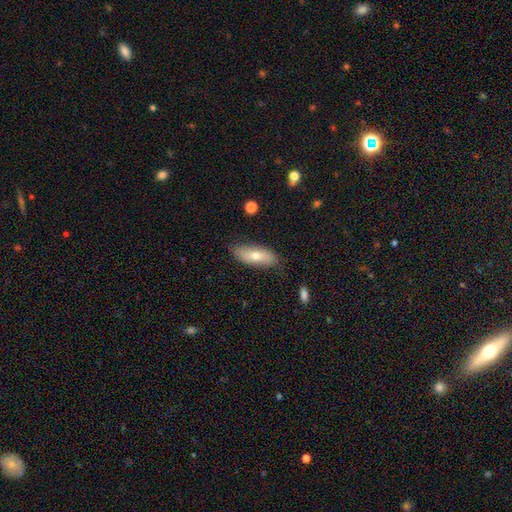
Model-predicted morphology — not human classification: A smooth galaxy with no disk features (70%) that is in between round and cigar-shaped (75%).

Vote fractions:
- Smooth or featured? smooth: 70% / featured or disk: 24% / star or artifact: 6%
- How rounded? in between: 75% / cigar-shaped: 22% / round: 2%
- Merging? none: 78% / minor disturbance: 17% / major disturbance: 3% / merger: 2%